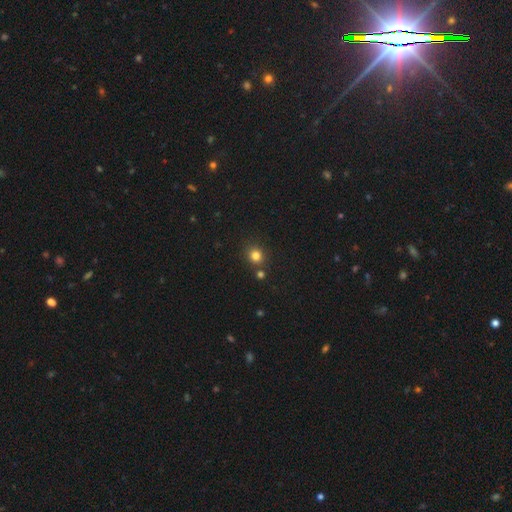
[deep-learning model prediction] Smooth or featured? smooth (80%)
How rounded? round (83%)
Merging? none (80%)